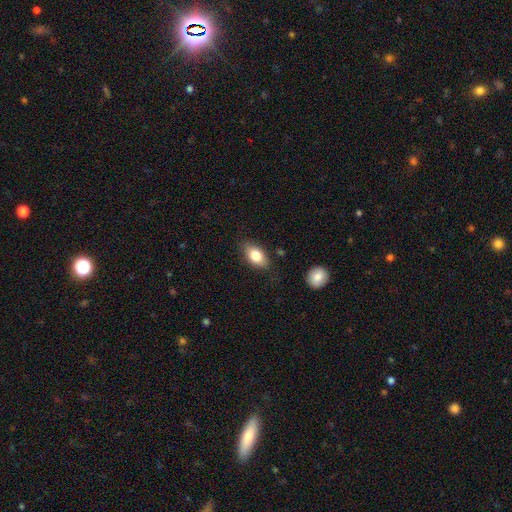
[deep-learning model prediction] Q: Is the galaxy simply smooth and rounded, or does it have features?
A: smooth — 80%.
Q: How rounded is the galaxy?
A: in between — 88%.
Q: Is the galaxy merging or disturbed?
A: none — 80%.